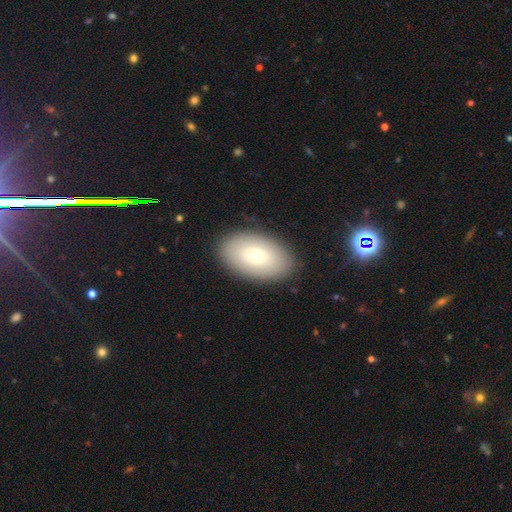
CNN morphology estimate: A smooth galaxy with no disk features (70%) that is in between round and cigar-shaped (91%).

Vote fractions:
- Smooth or featured? smooth: 70% / featured or disk: 22% / star or artifact: 8%
- How rounded? in between: 91% / round: 7% / cigar-shaped: 2%
- Merging? none: 87% / minor disturbance: 8% / major disturbance: 3% / merger: 1%